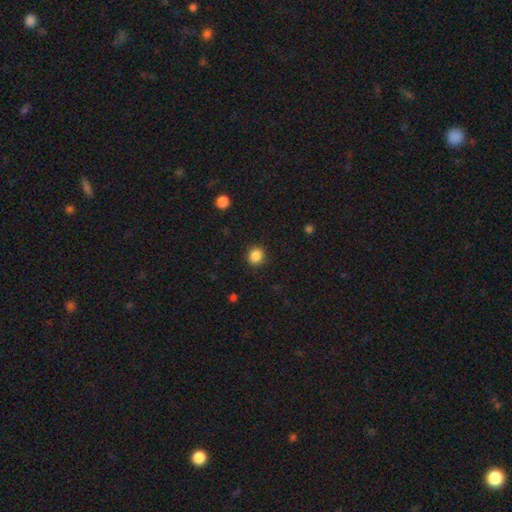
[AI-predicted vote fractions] A smooth galaxy with no disk features (86%) that is round (86%).

Vote fractions:
- Smooth or featured? smooth: 86% / star or artifact: 10% / featured or disk: 3%
- How rounded? round: 86% / in between: 13% / cigar-shaped: 1%
- Merging? none: 91% / minor disturbance: 6% / major disturbance: 2% / merger: 1%